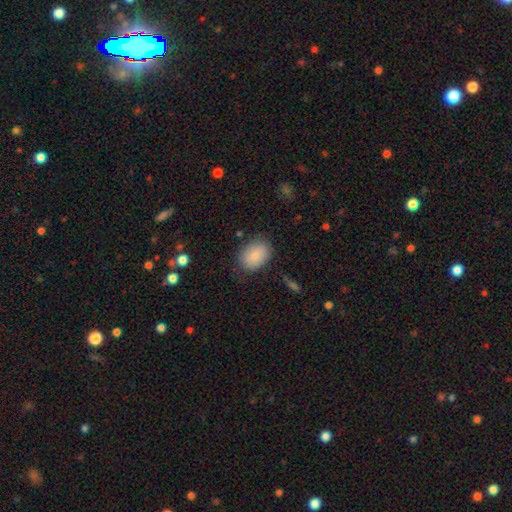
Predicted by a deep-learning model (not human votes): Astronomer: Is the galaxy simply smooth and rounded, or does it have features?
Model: smooth — 83%.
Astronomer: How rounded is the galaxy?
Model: in between — 69%.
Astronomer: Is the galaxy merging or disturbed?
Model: none — 79%.